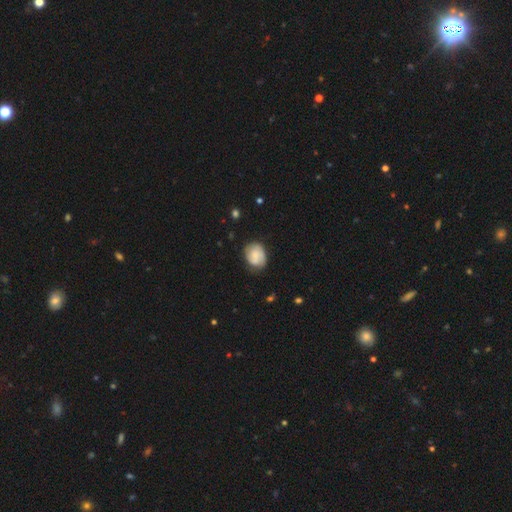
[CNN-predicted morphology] This appears to be a smooth galaxy with no disk features (62%) that is in between round and cigar-shaped (54%). Merging: none (70%).